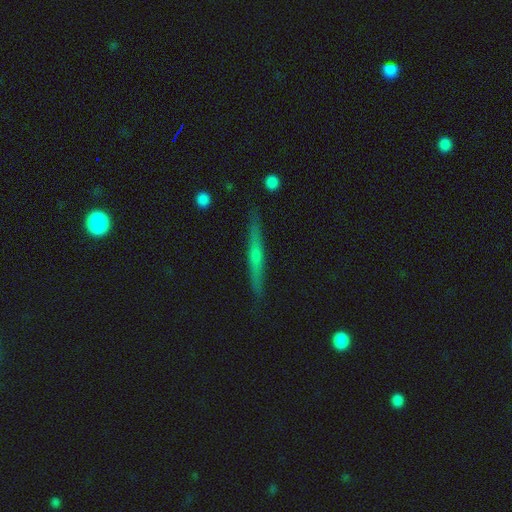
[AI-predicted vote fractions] Smooth or featured: featured or disk — 59% (smooth — 33%)
Edge-on disk: yes — 97% (no — 3%)
Edge-on bulge: rounded — 49% (none — 42%)
Merging: none — 89% (minor disturbance — 8%)